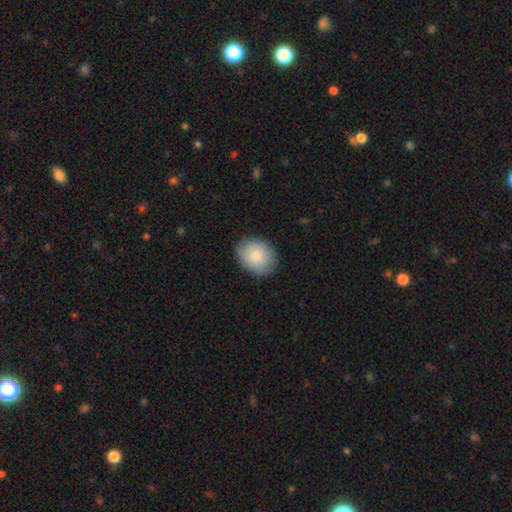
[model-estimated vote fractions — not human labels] Smooth or featured? Predicted: smooth (p=0.86). How rounded? Predicted: in between (p=0.62). Merging? Predicted: none (p=0.85).